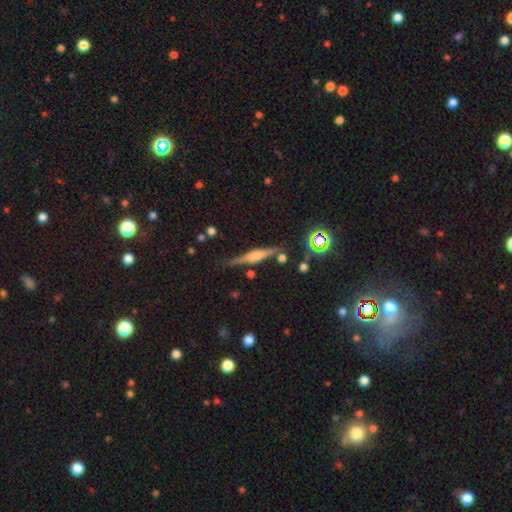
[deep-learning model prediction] smooth_or_featured: featured or disk (p=0.64) [alt: smooth p=0.25]
disk_edge_on: yes (p=0.96) [alt: no p=0.04]
edge_on_bulge: rounded (p=0.68) [alt: boxy p=0.24]
merging: none (p=0.81) [alt: minor disturbance p=0.12]